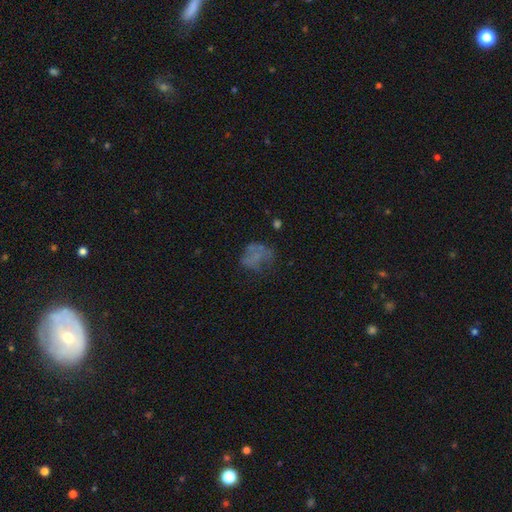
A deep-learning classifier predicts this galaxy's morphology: Smooth or featured? smooth (45%)
Merging? none (42%)